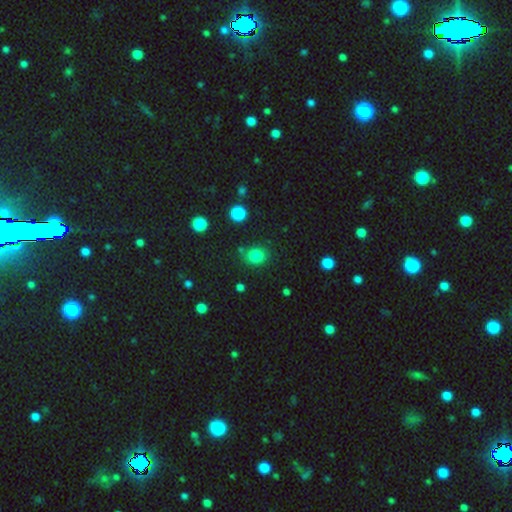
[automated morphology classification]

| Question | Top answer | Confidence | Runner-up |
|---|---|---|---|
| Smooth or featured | smooth | 81% | star or artifact (14%) |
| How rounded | round | 68% | in between (31%) |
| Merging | none | 79% | minor disturbance (12%) |